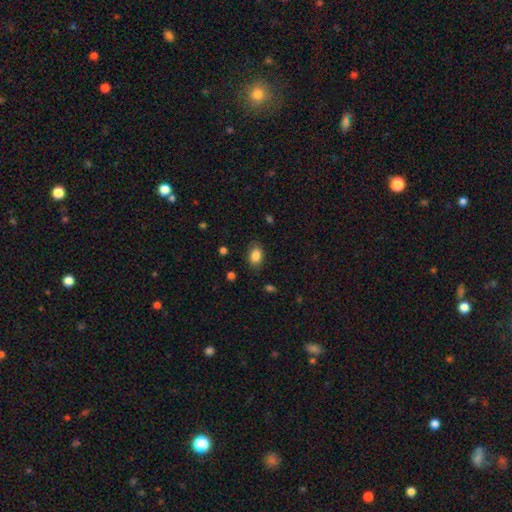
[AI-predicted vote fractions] Morphology: type=smooth (85%); roundness=in between (86%); merging=none (80%).